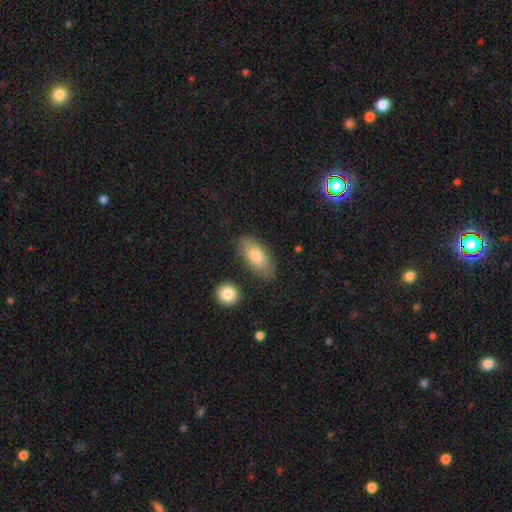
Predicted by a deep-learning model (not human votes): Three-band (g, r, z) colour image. It shows a smooth galaxy with no disk features (78%) that is in between round and cigar-shaped (86%). Merging: none (79%).